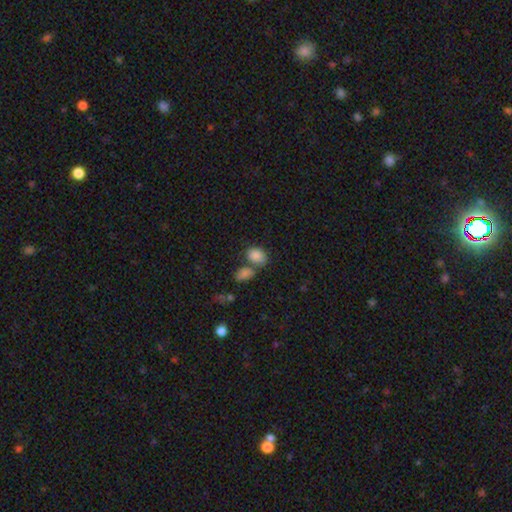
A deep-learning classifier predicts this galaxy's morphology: Smooth or featured?
  - smooth: 85% *
  - star or artifact: 9%
  - featured or disk: 6%
How rounded?
  - in between: 77% *
  - round: 22%
  - cigar-shaped: 1%
Merging?
  - none: 46% *
  - merger: 37%
  - minor disturbance: 12%
  - major disturbance: 5%